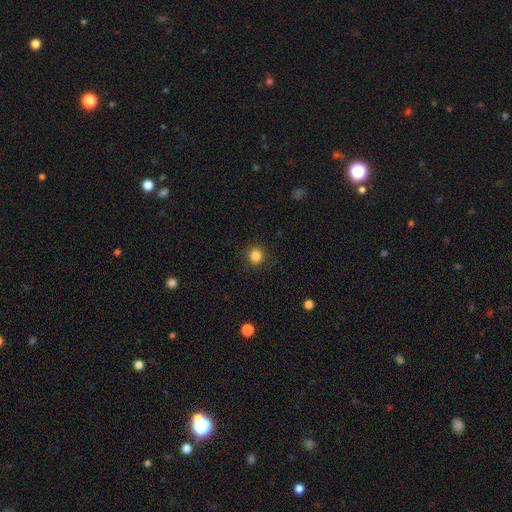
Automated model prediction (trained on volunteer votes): smooth-or-featured: smooth: 84% | star or artifact: 11% | featured or disk: 4%
  how-rounded: round: 92% | in between: 7% | cigar-shaped: 1%
  merging: none: 90% | minor disturbance: 7% | major disturbance: 2% | merger: 1%